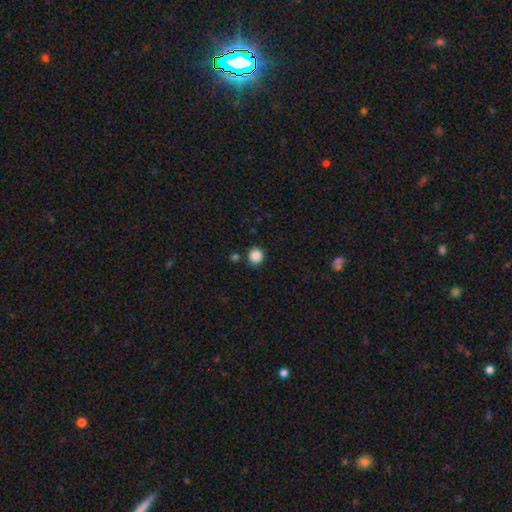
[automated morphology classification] smooth 87%, star or artifact 10%, featured or disk 3%. Down the decision tree: how rounded — round (91%); merging — none (85%).